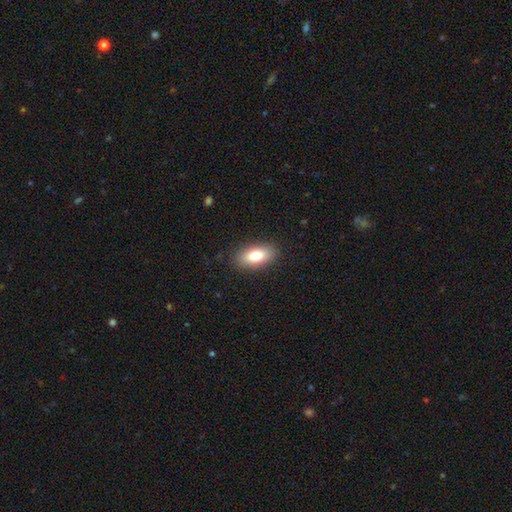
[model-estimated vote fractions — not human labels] This appears to be a smooth galaxy with no disk features (82%) that is in between round and cigar-shaped (89%). Merging: none (87%).